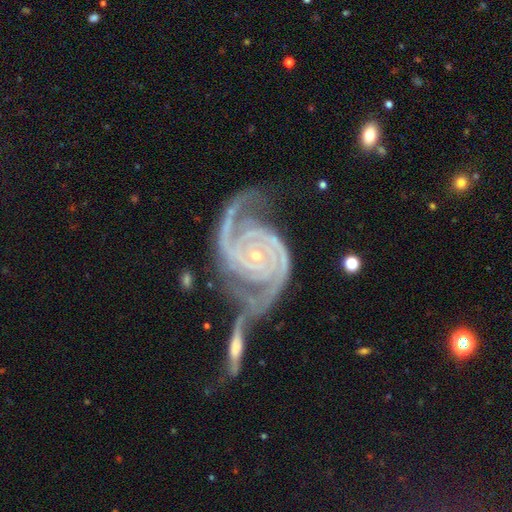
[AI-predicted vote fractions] smooth_or_featured: featured or disk (p=0.94) [alt: star or artifact p=0.04]
disk_edge_on: no (p=0.98) [alt: yes p=0.02]
bar: no (p=0.64) [alt: weak p=0.23]
has_spiral_arms: yes (p=0.99) [alt: no p=0.01]
spiral_winding: tight (p=0.59) [alt: medium p=0.35]
spiral_arm_count: 2 (p=0.67) [alt: 3 p=0.14]
bulge_size: small (p=0.85) [alt: moderate p=0.11]
merging: merger (p=0.37) [alt: none p=0.35]